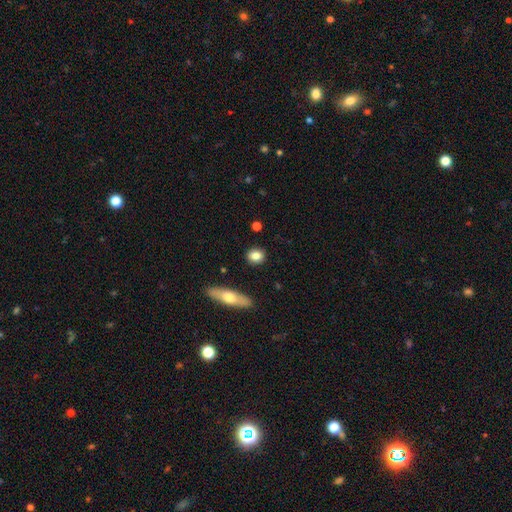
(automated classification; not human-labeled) smooth 83%, featured or disk 10%, star or artifact 7%. Down the decision tree: how rounded — round (63%); merging — none (89%).